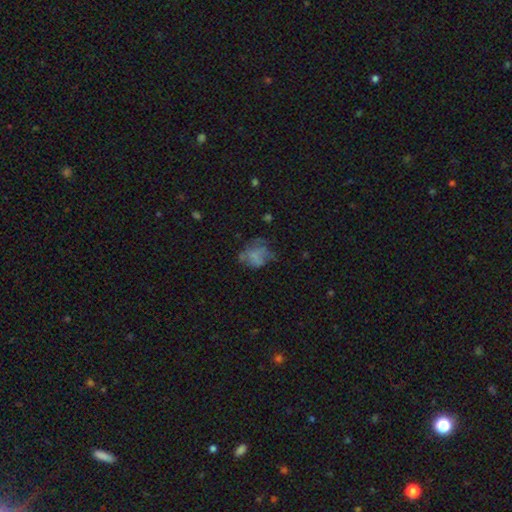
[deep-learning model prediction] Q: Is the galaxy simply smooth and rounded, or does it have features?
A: smooth — 47%.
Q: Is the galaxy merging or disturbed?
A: none — 36%.